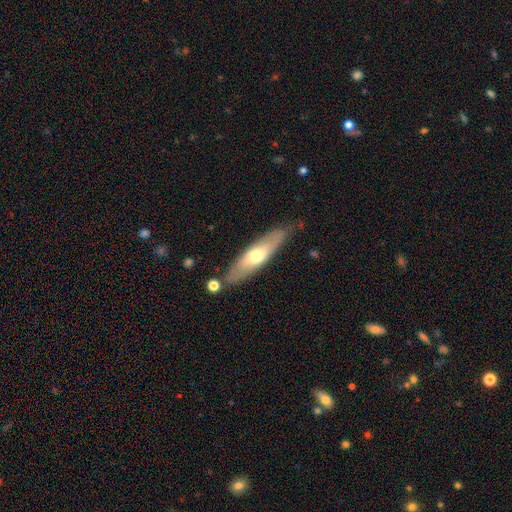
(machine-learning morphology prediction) The model was most divided on "smooth or featured": smooth: 50%, featured or disk: 44%, star or artifact: 6%. More confident: merging — none (80%); how rounded — cigar-shaped (68%).